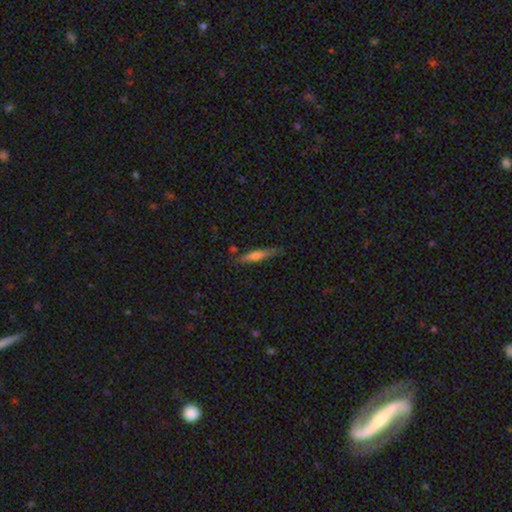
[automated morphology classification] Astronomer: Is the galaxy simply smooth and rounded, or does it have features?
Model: smooth — 53% (runner-up: featured or disk, 40%).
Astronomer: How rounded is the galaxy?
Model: cigar-shaped — 89%.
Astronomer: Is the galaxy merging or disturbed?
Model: none — 79%.